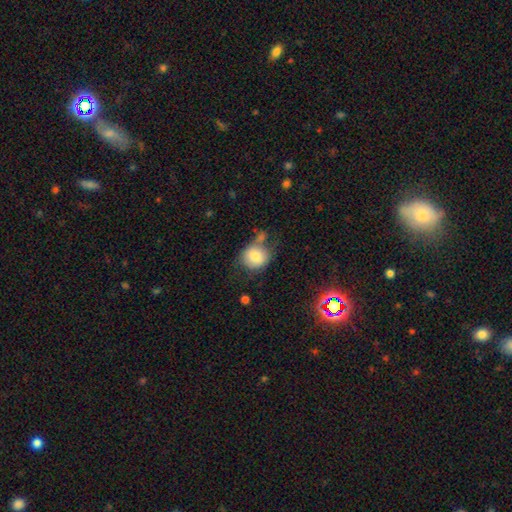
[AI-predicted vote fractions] Smooth or featured?
  - smooth: 80% *
  - featured or disk: 11%
  - star or artifact: 9%
How rounded?
  - round: 77% *
  - in between: 22%
  - cigar-shaped: 1%
Merging?
  - none: 50% *
  - minor disturbance: 23%
  - merger: 16%
  - major disturbance: 10%